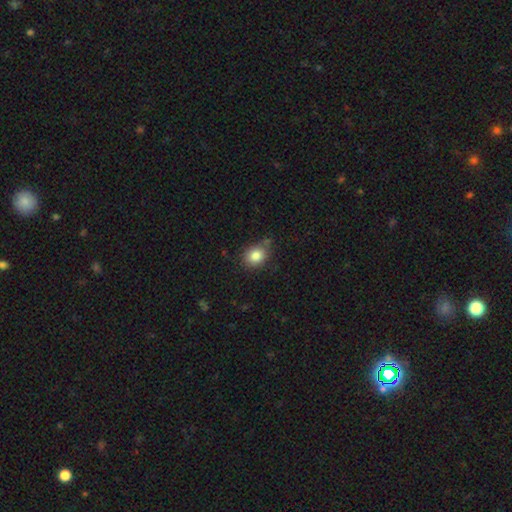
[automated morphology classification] Overall: smooth (84%). How rounded: round (57%; in between 42%). Merging: none (72%).